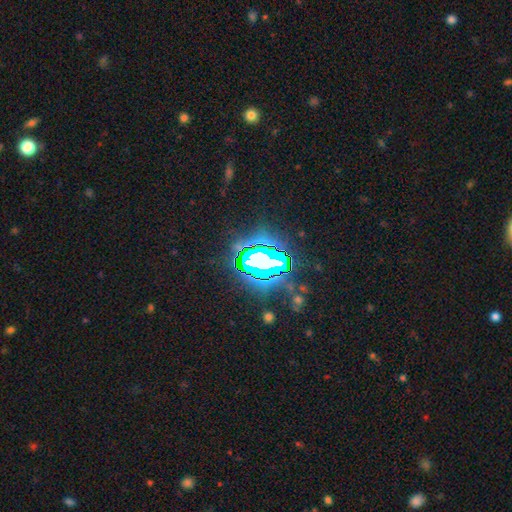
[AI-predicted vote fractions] The model was most divided on "smooth or featured": star or artifact: 80%, featured or disk: 11%, smooth: 10%.